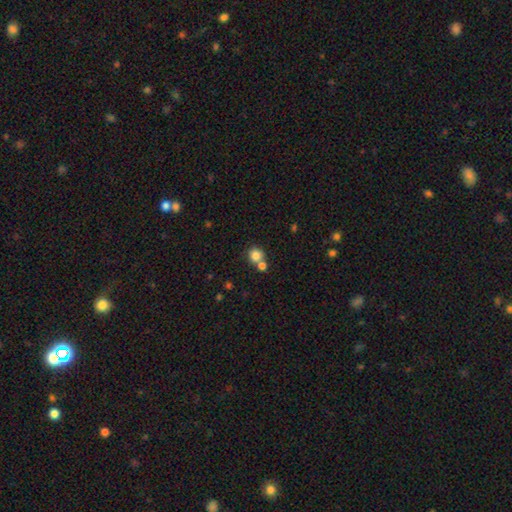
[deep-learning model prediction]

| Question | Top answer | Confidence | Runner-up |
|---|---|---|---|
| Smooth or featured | smooth | 82% | star or artifact (11%) |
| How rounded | round | 86% | in between (13%) |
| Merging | none | 52% | merger (37%) |